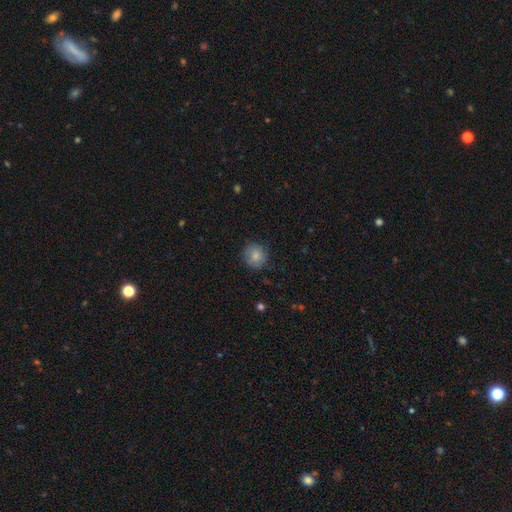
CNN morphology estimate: The model was most divided on "merging": none: 84%, minor disturbance: 12%, major disturbance: 3%, merger: 1%. More confident: how rounded — round (89%); smooth or featured — smooth (84%).